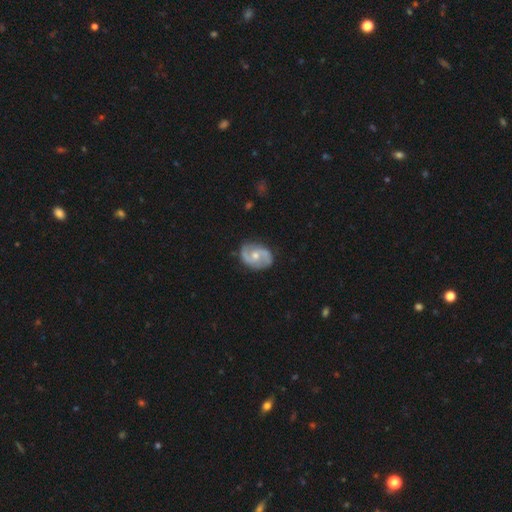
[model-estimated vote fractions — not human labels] This appears to be a featured or disk galaxy (81%) with no bar (51%), 2 (90%) medium (50%) spiral arms (93%) and a moderate central bulge (64%). Merging: none (79%).